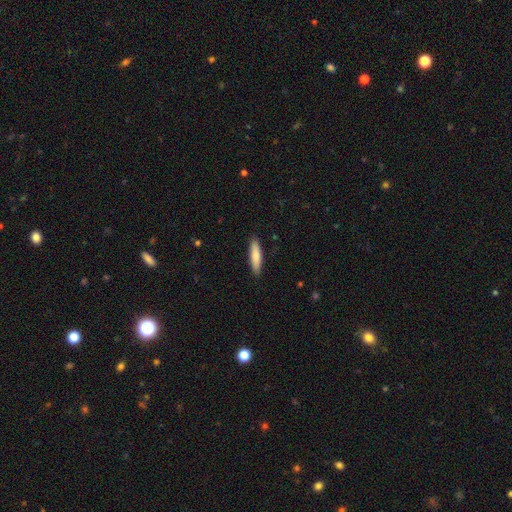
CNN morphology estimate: Overall: smooth (76%). How rounded: cigar-shaped (77%). Merging: none (90%).